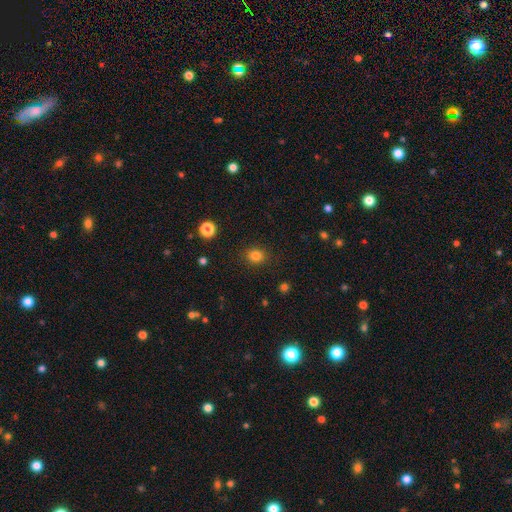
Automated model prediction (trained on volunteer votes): The model was most divided on "how rounded": round: 72%, in between: 27%, cigar-shaped: 1%. More confident: merging — none (88%); smooth or featured — smooth (82%).